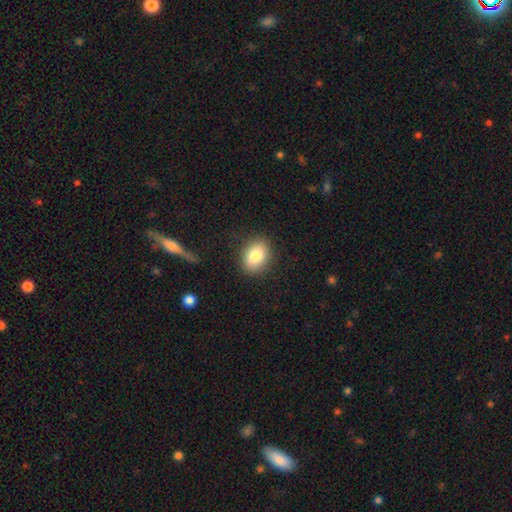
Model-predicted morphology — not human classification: Smooth or featured? smooth (83%)
How rounded? in between (68%)
Merging? none (86%)